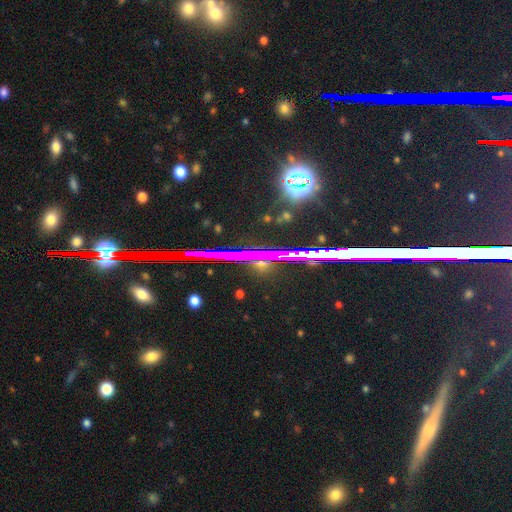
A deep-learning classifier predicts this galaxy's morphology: Smooth or featured? Predicted: star or artifact (p=0.74).